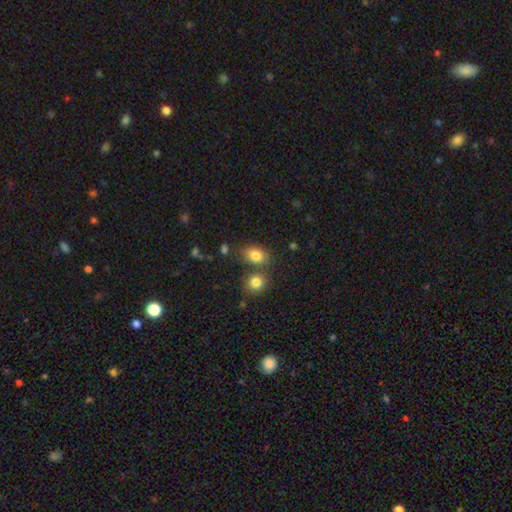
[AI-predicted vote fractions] smooth 82%, star or artifact 10%, featured or disk 9%. Down the decision tree: how rounded — in between (79%); merging — none (65%).